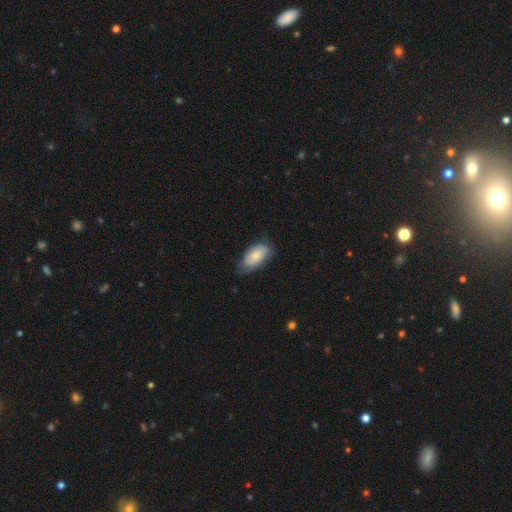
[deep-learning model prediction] The model was most divided on "merging": none: 62%, minor disturbance: 30%, major disturbance: 7%, merger: 1%. More confident: how rounded — in between (93%); smooth or featured — smooth (73%).